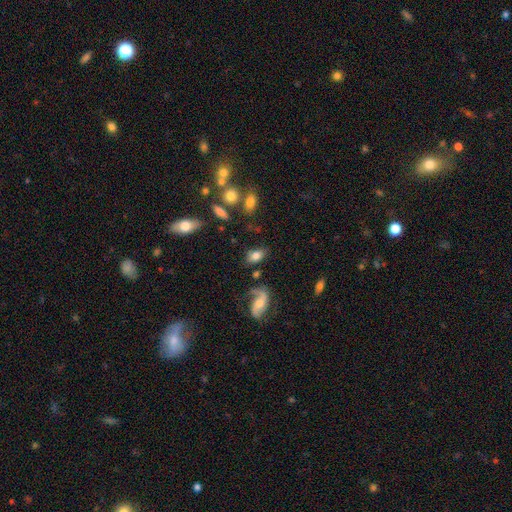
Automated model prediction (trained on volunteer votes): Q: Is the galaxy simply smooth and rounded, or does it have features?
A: smooth — 70%.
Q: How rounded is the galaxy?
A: in between — 88%.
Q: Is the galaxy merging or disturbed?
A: none — 70%.